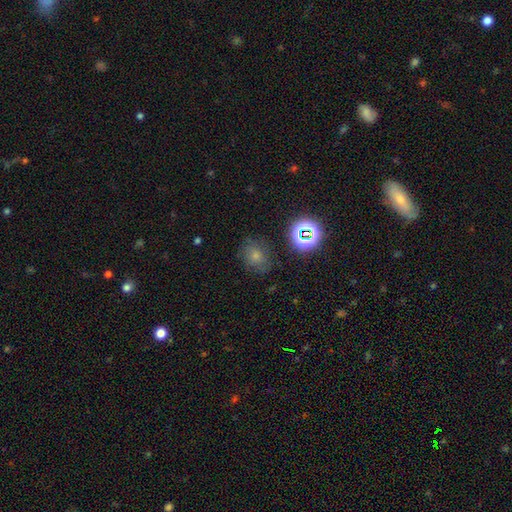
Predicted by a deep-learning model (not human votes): Smooth or featured: smooth — 67% (star or artifact — 22%)
How rounded: round — 60% (in between — 39%)
Merging: none — 75% (minor disturbance — 17%)